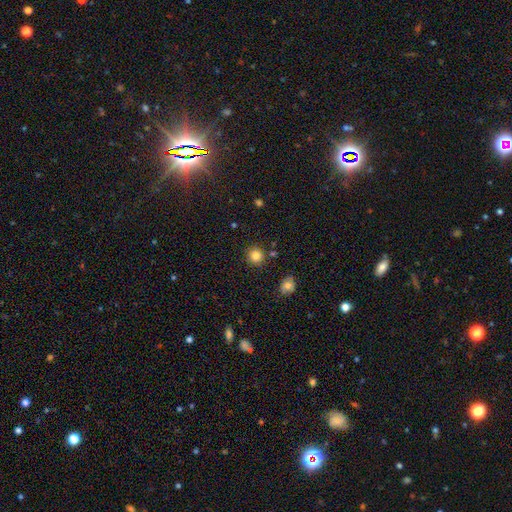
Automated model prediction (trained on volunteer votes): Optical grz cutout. It shows a smooth galaxy with no disk features (84%) that is round (91%). Merging: none (87%).